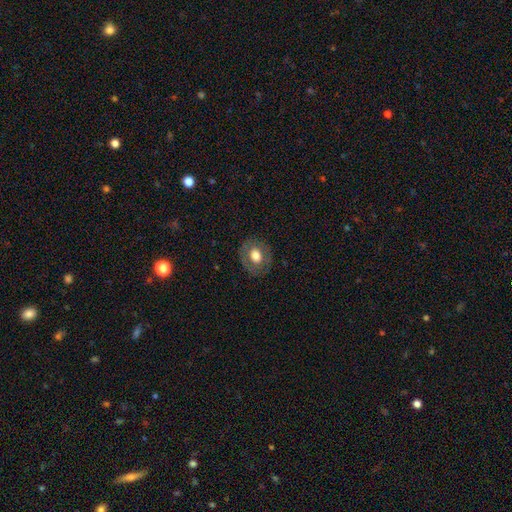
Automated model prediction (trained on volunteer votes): Q: Smooth or featured?
A: smooth (62%); runner-up: featured or disk (30%)
Q: How rounded?
A: round (58%); runner-up: in between (42%)
Q: Merging?
A: none (83%); runner-up: minor disturbance (11%)